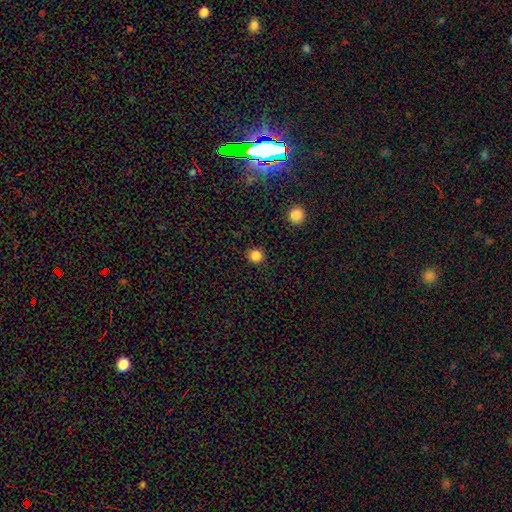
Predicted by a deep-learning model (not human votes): Smooth or featured?
  - smooth: 85% *
  - star or artifact: 12%
  - featured or disk: 3%
How rounded?
  - round: 91% *
  - in between: 8%
  - cigar-shaped: 1%
Merging?
  - none: 90% *
  - minor disturbance: 6%
  - major disturbance: 2%
  - merger: 1%